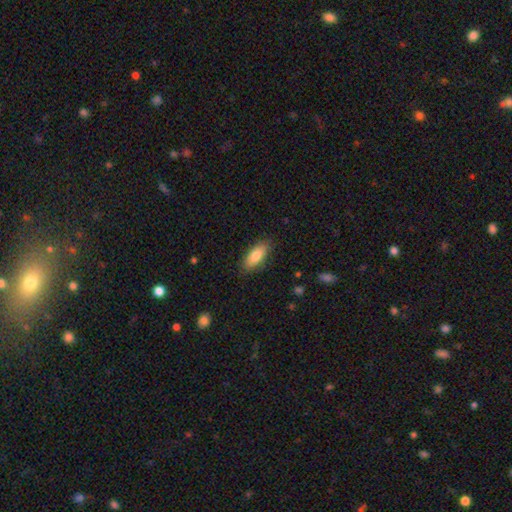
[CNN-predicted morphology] A smooth galaxy with no disk features (81%) that is in between round and cigar-shaped (79%). Merging: none (85%).